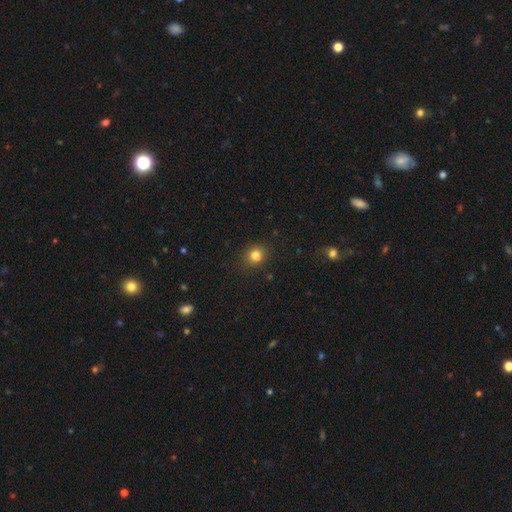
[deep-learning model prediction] This is clearly a smooth galaxy (81%). How rounded: likely round (72%). Merging: clearly none (81%).